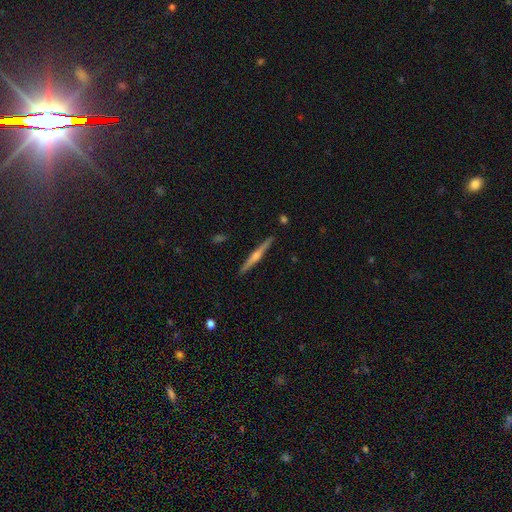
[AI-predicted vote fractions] smooth_or_featured: featured or disk (p=0.77) [alt: smooth p=0.17]
disk_edge_on: yes (p=0.98) [alt: no p=0.02]
edge_on_bulge: rounded (p=0.86) [alt: none p=0.08]
merging: none (p=0.92) [alt: minor disturbance p=0.06]